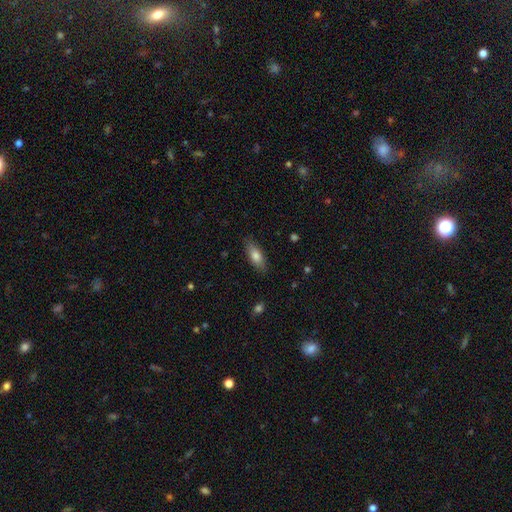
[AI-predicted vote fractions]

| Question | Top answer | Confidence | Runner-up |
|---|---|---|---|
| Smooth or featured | smooth | 77% | featured or disk (17%) |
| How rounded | in between | 75% | cigar-shaped (22%) |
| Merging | none | 84% | minor disturbance (12%) |